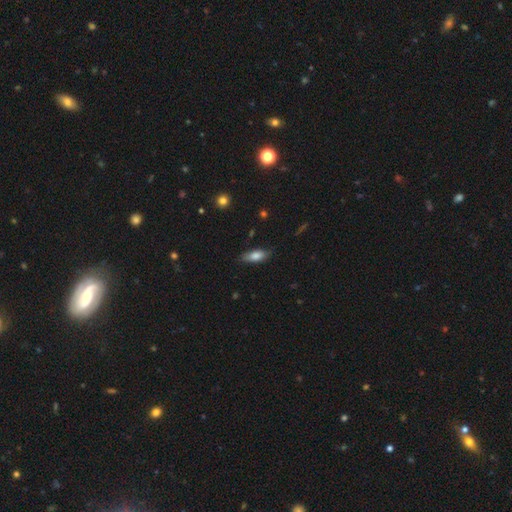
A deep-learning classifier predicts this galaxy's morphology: Smooth or featured?
  - smooth: 77% *
  - featured or disk: 16%
  - star or artifact: 7%
How rounded?
  - in between: 75% *
  - cigar-shaped: 23%
  - round: 3%
Merging?
  - none: 77% *
  - minor disturbance: 18%
  - major disturbance: 3%
  - merger: 1%